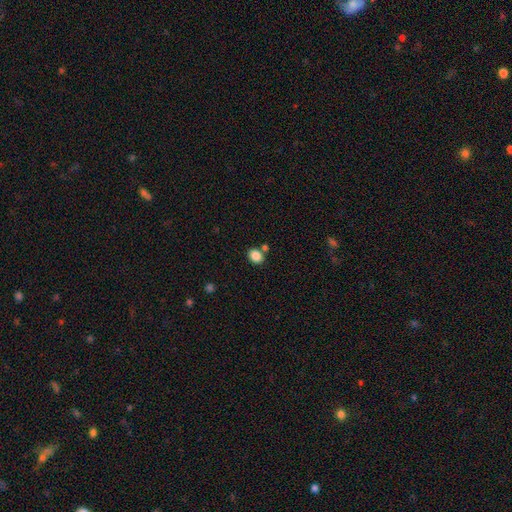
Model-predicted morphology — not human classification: Smooth or featured? smooth (85%)
How rounded? in between (51%)
Merging? none (73%)